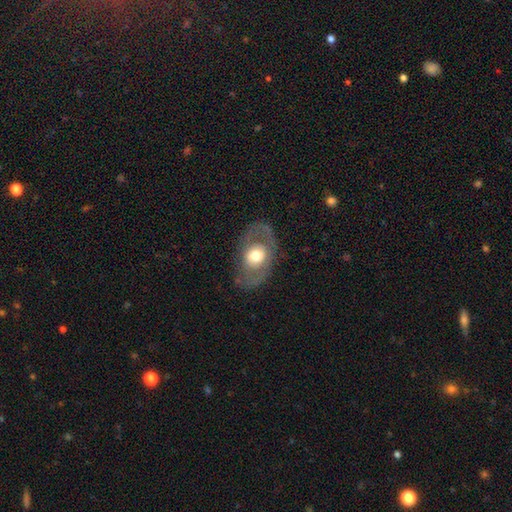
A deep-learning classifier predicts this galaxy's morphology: This is possibly a featured or disk galaxy (57%). It is clearly not viewed edge-on (91%). Bar: likely no (80%). Spiral arm pattern: likely no (68%). Central bulge: possibly moderate (59%). Merging: likely none (75%).